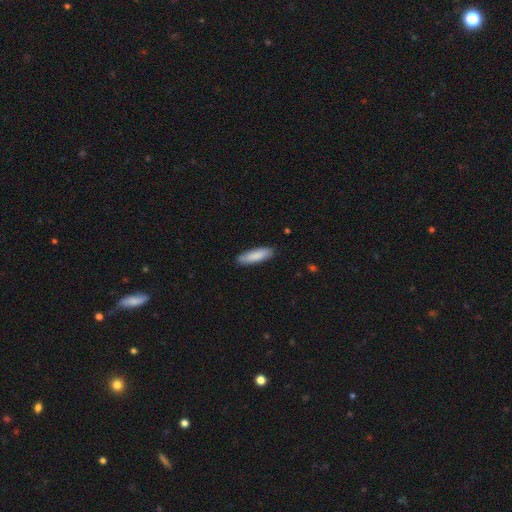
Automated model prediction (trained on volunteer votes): A smooth galaxy with no disk features (86%) that is cigar-shaped (63%).

Vote fractions:
- Smooth or featured? smooth: 86% / featured or disk: 9% / star or artifact: 5%
- How rounded? cigar-shaped: 63% / in between: 36% / round: 1%
- Merging? none: 86% / minor disturbance: 11% / major disturbance: 2% / merger: 1%